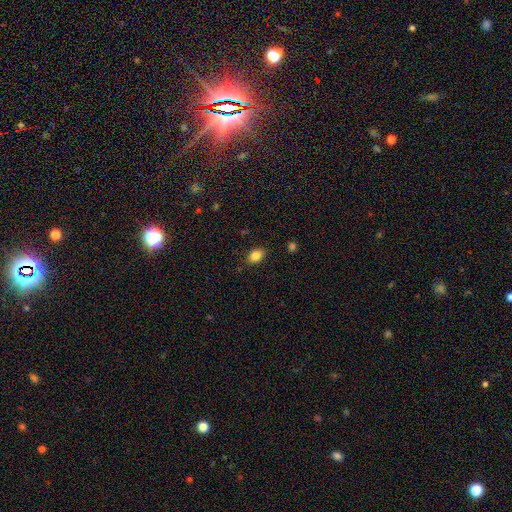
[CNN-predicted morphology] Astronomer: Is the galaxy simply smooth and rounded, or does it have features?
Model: smooth — 84%.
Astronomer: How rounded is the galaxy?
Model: in between — 81%.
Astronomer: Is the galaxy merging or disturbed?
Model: none — 85%.